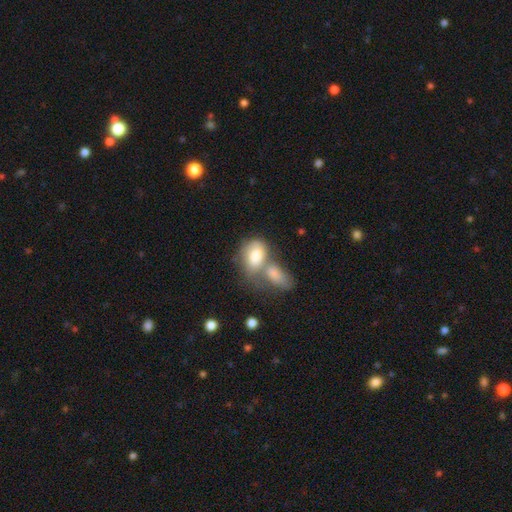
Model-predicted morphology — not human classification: smooth 75%, featured or disk 18%, star or artifact 7%. Down the decision tree: how rounded — in between (82%); merging — merger (61%).